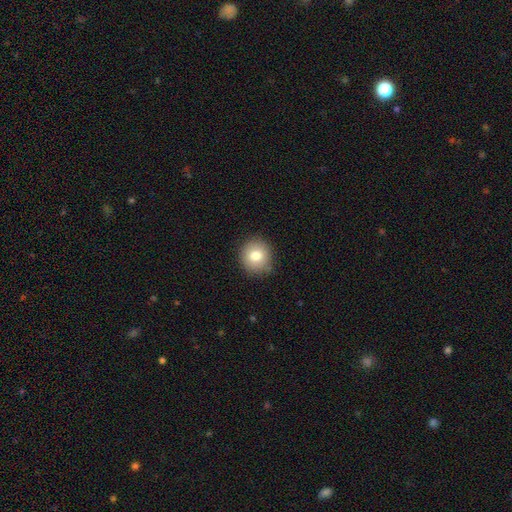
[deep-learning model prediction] Smooth or featured: smooth — 80% (featured or disk — 10%)
How rounded: round — 88% (in between — 11%)
Merging: none — 86% (minor disturbance — 11%)